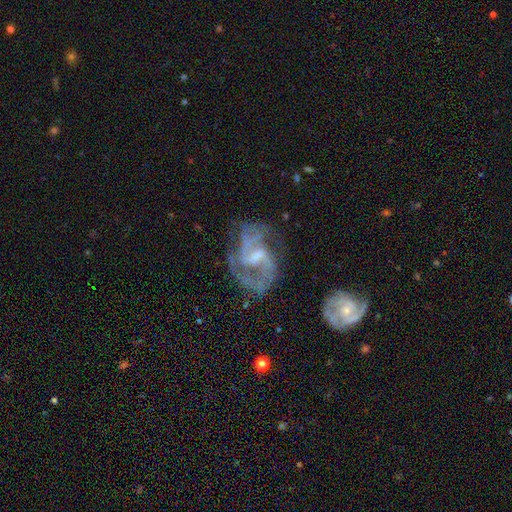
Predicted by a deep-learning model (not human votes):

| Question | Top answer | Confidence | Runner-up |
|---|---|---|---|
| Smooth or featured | featured or disk | 87% | star or artifact (7%) |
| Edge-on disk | no | 98% | yes (2%) |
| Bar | weak | 58% | no (22%) |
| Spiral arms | yes | 93% | no (7%) |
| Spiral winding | medium | 54% | loose (26%) |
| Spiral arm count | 2 | 69% | can't tell (12%) |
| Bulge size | small | 50% | moderate (27%) |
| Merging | none | 53% | major disturbance (23%) |